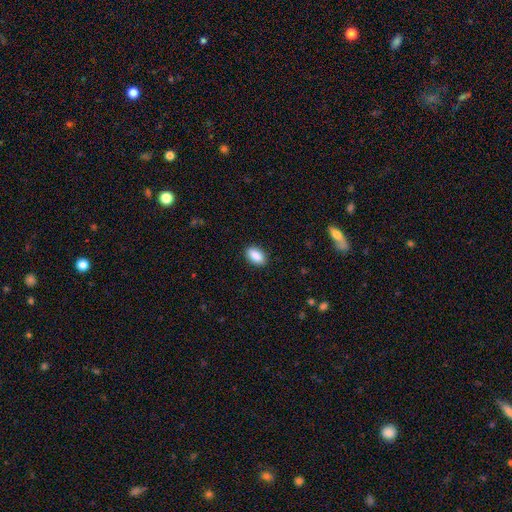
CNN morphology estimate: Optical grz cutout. It shows a smooth galaxy with no disk features (89%) that is in between round and cigar-shaped (92%). Merging: none (89%).